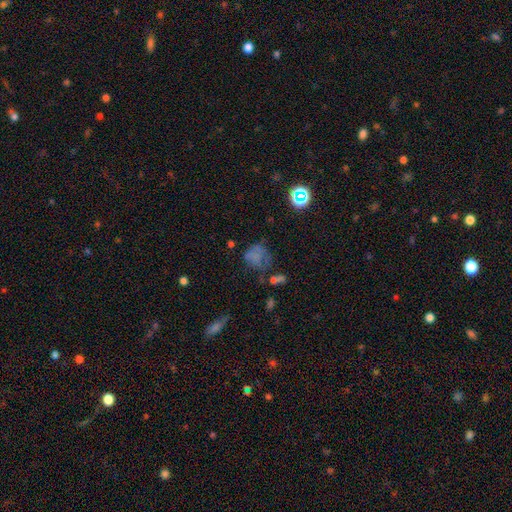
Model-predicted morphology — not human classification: A smooth galaxy with no disk features (58%) that is round (58%).

Vote fractions:
- Smooth or featured? smooth: 58% / featured or disk: 22% / star or artifact: 20%
- How rounded? round: 58% / in between: 40% / cigar-shaped: 1%
- Merging? none: 38% / major disturbance: 29% / minor disturbance: 25% / merger: 8%